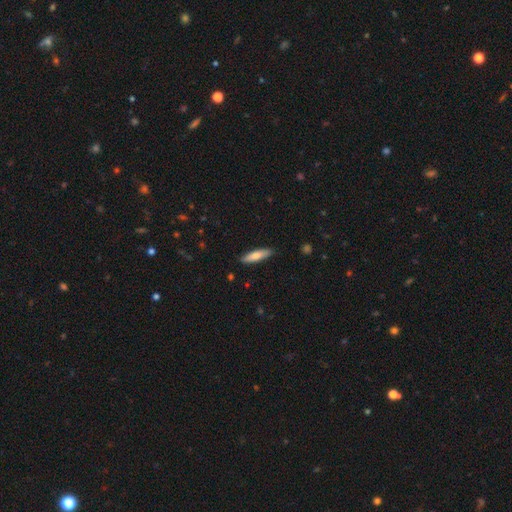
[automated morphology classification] Overall: smooth (71%). How rounded: cigar-shaped (71%). Merging: none (89%).